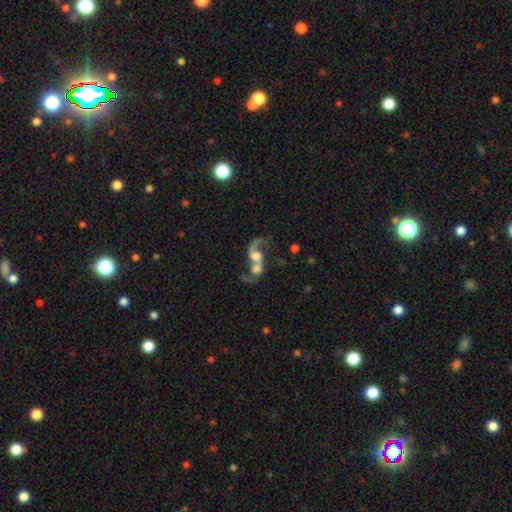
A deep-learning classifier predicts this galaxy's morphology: This appears to be a featured or disk galaxy (67%) with no bar (63%), 2 (67%) loose (79%) spiral arms (83%) and a moderate central bulge (36%). Merging: merger (70%).